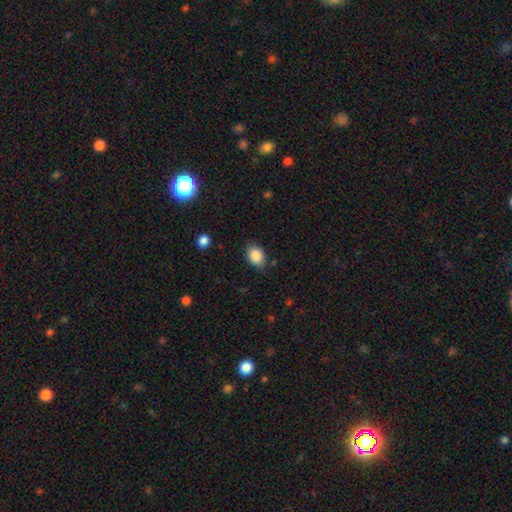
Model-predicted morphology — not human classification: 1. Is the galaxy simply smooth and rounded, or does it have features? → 88% smooth, 8% star or artifact, 4% featured or disk.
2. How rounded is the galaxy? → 78% in between, 21% round, 1% cigar-shaped.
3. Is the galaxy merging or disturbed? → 79% none, 16% minor disturbance, 4% major disturbance, 2% merger.